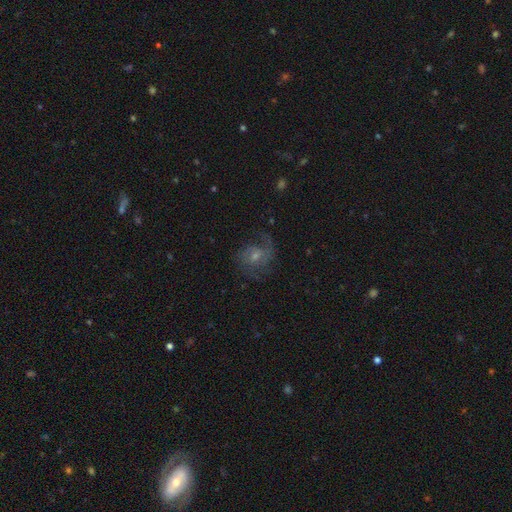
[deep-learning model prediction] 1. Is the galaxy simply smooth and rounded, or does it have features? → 70% featured or disk, 21% smooth, 9% star or artifact.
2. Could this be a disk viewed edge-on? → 97% no, 3% yes.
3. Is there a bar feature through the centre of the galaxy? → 54% no, 40% weak, 6% strong.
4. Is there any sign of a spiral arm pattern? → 90% yes, 10% no.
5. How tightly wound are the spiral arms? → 43% medium, 39% loose, 17% tight.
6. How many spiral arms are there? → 43% 2, 30% 1, 15% can't tell, 7% 3, 3% 4, 3% more than 4.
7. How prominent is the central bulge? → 54% small, 37% moderate, 5% none, 3% large, 1% dominant.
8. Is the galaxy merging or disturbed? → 56% none, 23% major disturbance, 19% minor disturbance, 2% merger.